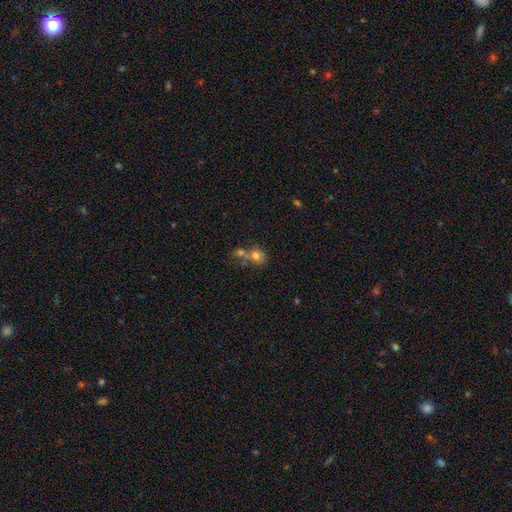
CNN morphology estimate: Smooth or featured: smooth — 73% (featured or disk — 15%)
How rounded: round — 68% (in between — 31%)
Merging: merger — 47% (none — 37%)